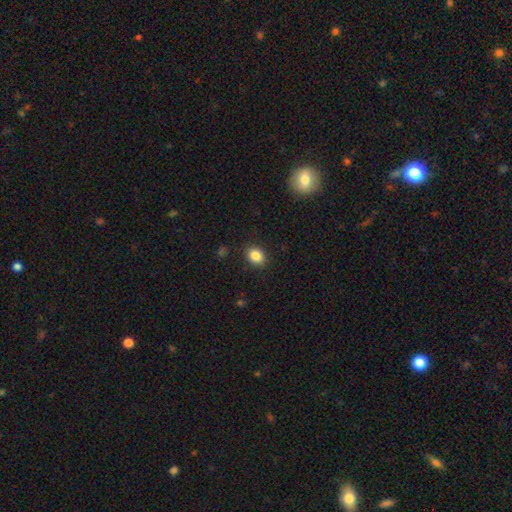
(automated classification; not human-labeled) This appears to be a smooth galaxy with no disk features (86%) that is in between round and cigar-shaped (55%). Merging: none (88%).